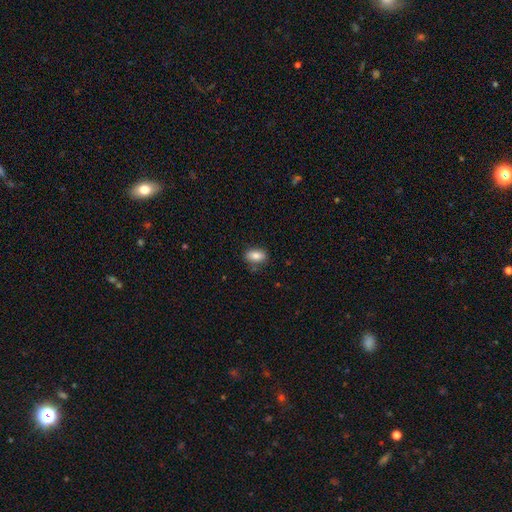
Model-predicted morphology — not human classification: smooth_or_featured: smooth (p=0.84) [alt: star or artifact p=0.08]
how_rounded: in between (p=0.87) [alt: round p=0.10]
merging: none (p=0.83) [alt: minor disturbance p=0.12]